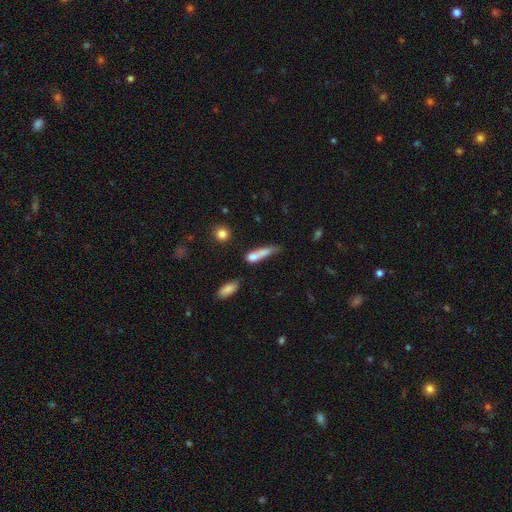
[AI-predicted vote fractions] smooth-or-featured: smooth: 70% | featured or disk: 21% | star or artifact: 10%
  how-rounded: cigar-shaped: 69% | in between: 26% | round: 5%
  merging: none: 35% | minor disturbance: 25% | merger: 23% | major disturbance: 17%